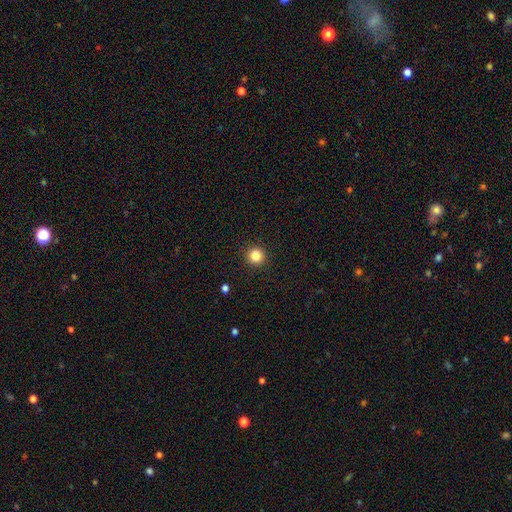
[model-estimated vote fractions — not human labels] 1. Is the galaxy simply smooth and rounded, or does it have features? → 84% smooth, 12% star or artifact, 4% featured or disk.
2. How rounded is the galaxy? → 96% round, 4% in between, 1% cigar-shaped.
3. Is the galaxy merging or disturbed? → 93% none, 4% minor disturbance, 2% major disturbance, 1% merger.